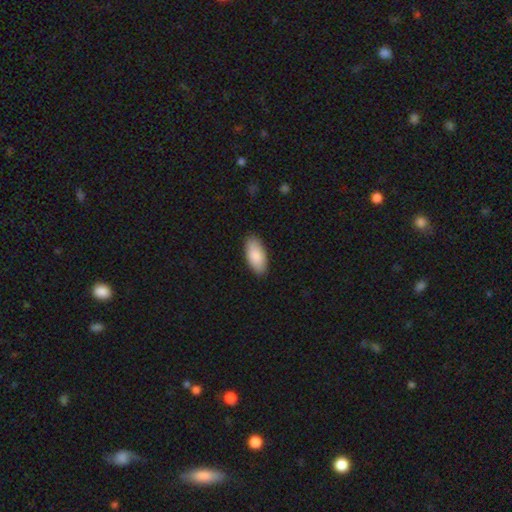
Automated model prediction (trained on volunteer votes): Morphology: type=smooth (89%); roundness=in between (91%); merging=none (88%).